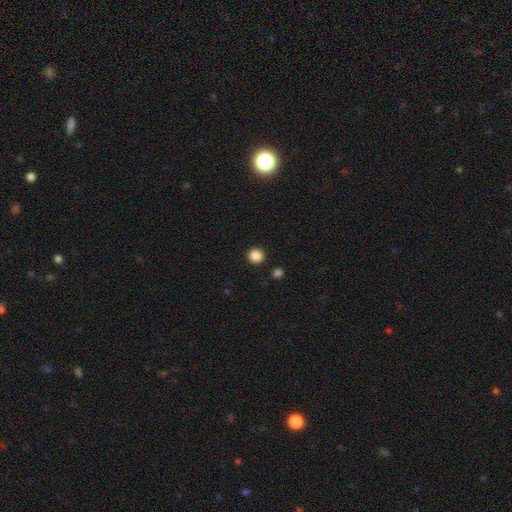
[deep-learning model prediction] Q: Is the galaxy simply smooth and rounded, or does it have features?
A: smooth — 86%.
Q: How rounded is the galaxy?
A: round — 94%.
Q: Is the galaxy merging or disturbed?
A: none — 92%.